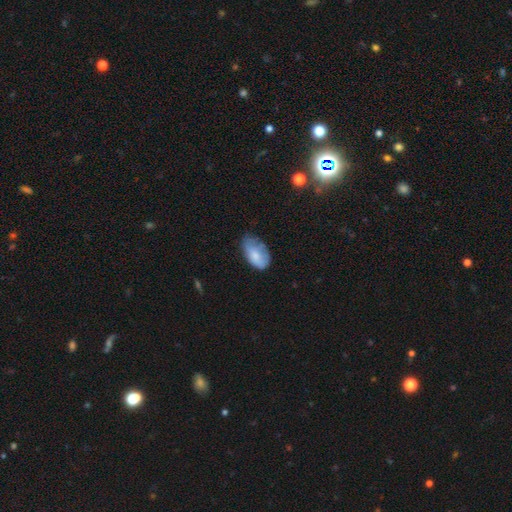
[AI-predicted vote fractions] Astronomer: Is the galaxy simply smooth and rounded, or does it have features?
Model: smooth — 75%.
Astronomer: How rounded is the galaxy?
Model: in between — 94%.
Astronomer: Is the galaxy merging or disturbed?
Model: none — 44% (runner-up: minor disturbance, 40%).